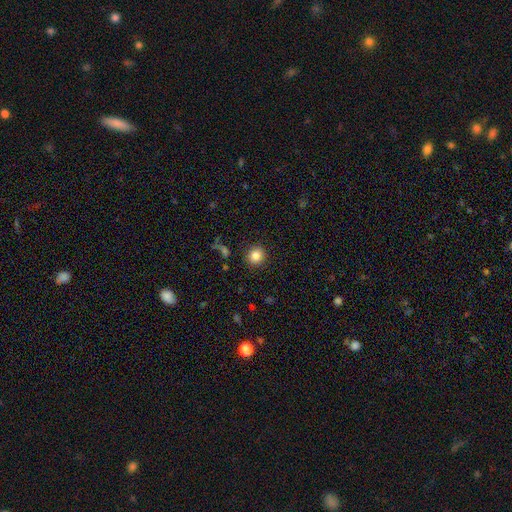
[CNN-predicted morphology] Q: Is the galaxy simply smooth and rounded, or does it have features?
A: smooth — 84%.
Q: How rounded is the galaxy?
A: round — 91%.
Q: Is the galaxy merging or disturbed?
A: none — 90%.